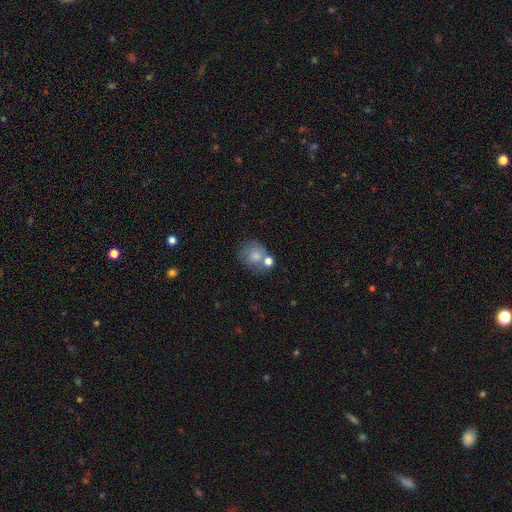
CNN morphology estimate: Smooth or featured? Predicted: smooth (p=0.72). How rounded? Predicted: round (p=0.67). Merging? Predicted: none (p=0.42).